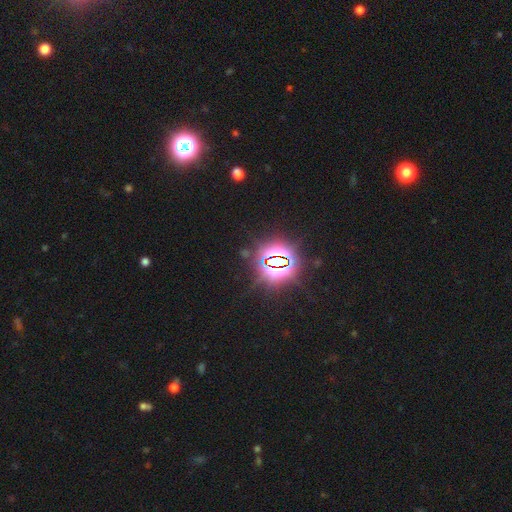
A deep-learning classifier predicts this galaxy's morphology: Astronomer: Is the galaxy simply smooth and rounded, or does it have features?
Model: star or artifact — 82%.